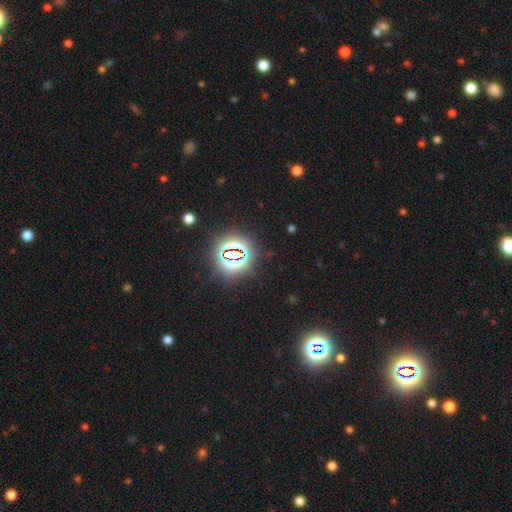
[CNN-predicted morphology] type=star or artifact (82%).